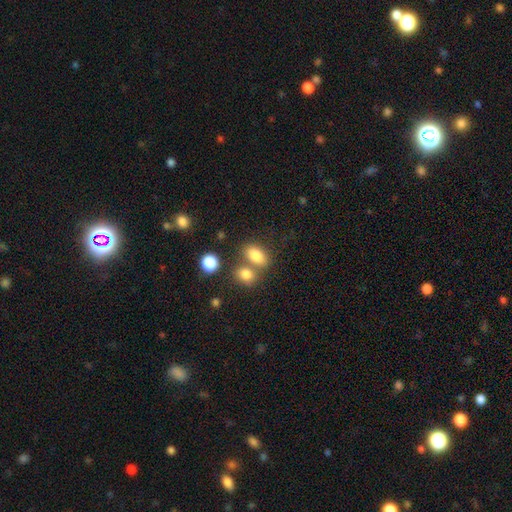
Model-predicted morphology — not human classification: type=smooth (82%); roundness=in between (83%); merging=none (51%).